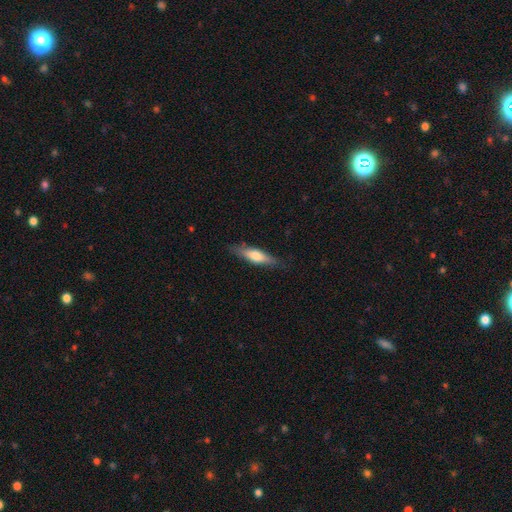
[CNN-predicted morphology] smooth-or-featured: smooth: 62% | featured or disk: 32% | star or artifact: 5%
  how-rounded: cigar-shaped: 68% | in between: 30% | round: 2%
  merging: none: 82% | minor disturbance: 14% | major disturbance: 3% | merger: 1%